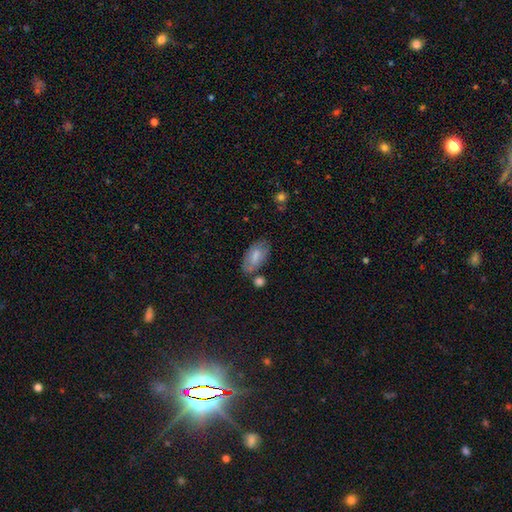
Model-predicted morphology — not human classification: This appears to be a smooth galaxy with no disk features (73%) that is in between round and cigar-shaped (93%). Merging: none (64%).